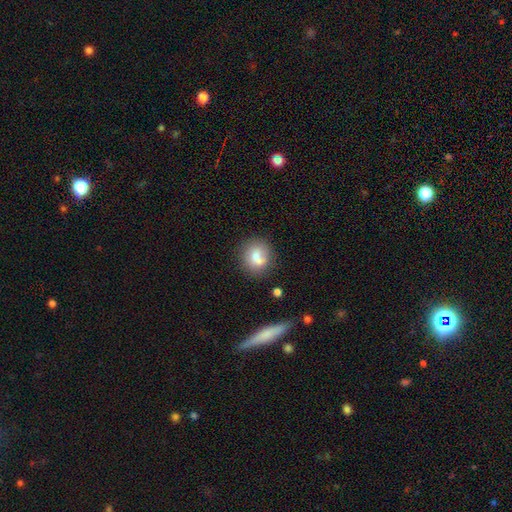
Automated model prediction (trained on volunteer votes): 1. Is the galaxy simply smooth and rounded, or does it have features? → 72% smooth, 19% featured or disk, 9% star or artifact.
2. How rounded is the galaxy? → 75% round, 23% in between, 1% cigar-shaped.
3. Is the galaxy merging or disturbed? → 54% none, 24% merger, 16% minor disturbance, 6% major disturbance.